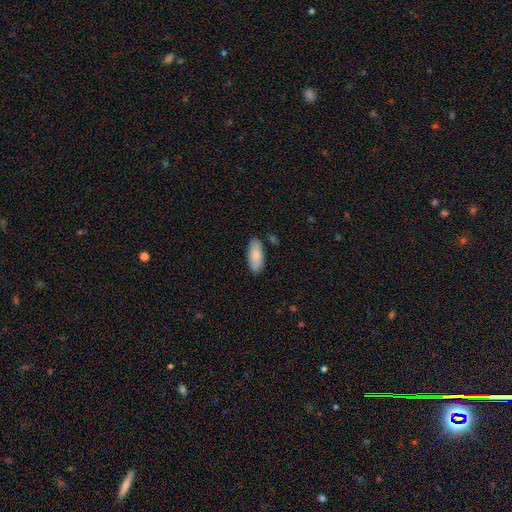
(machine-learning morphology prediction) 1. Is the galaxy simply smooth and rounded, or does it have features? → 85% smooth, 10% featured or disk, 6% star or artifact.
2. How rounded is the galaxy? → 87% in between, 11% cigar-shaped, 2% round.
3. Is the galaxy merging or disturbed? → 83% none, 12% minor disturbance, 3% merger, 2% major disturbance.